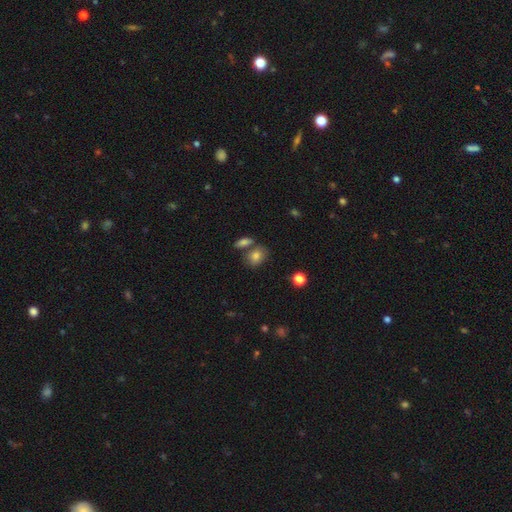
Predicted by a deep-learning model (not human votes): A smooth galaxy with no disk features (79%) that is in between round and cigar-shaped (67%).

Vote fractions:
- Smooth or featured? smooth: 79% / featured or disk: 11% / star or artifact: 10%
- How rounded? in between: 67% / round: 31% / cigar-shaped: 2%
- Merging? none: 56% / merger: 26% / minor disturbance: 14% / major disturbance: 4%